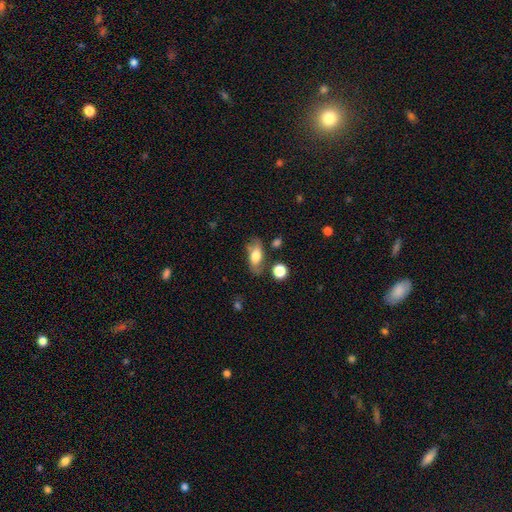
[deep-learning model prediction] Morphology: type=smooth (65%); roundness=in between (82%); merging=none (69%).